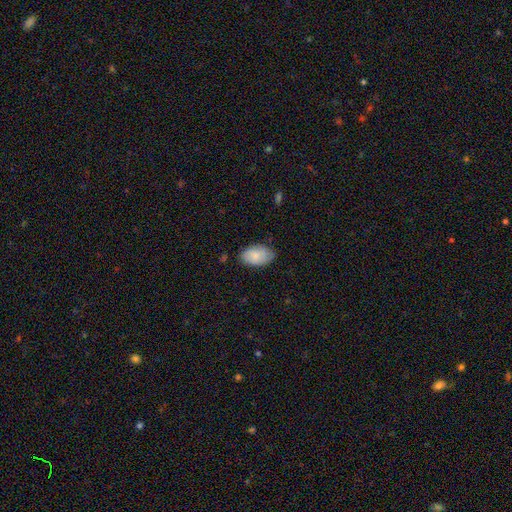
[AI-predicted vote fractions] A smooth galaxy with no disk features (81%) that is in between round and cigar-shaped (93%).

Vote fractions:
- Smooth or featured? smooth: 81% / featured or disk: 12% / star or artifact: 6%
- How rounded? in between: 93% / round: 5% / cigar-shaped: 1%
- Merging? none: 75% / minor disturbance: 20% / major disturbance: 3% / merger: 1%